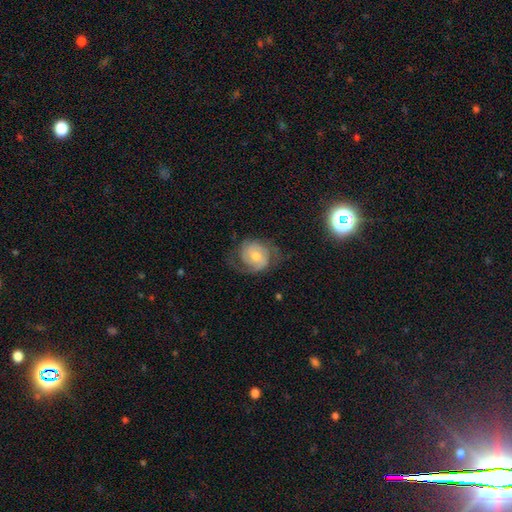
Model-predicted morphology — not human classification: smooth_or_featured: featured or disk (p=0.73) [alt: smooth p=0.20]
disk_edge_on: no (p=0.97) [alt: yes p=0.03]
bar: no (p=0.65) [alt: weak p=0.30]
has_spiral_arms: yes (p=0.92) [alt: no p=0.08]
spiral_winding: medium (p=0.42) [alt: tight p=0.37]
spiral_arm_count: 2 (p=0.75) [alt: can't tell p=0.11]
bulge_size: moderate (p=0.60) [alt: small p=0.32]
merging: none (p=0.62) [alt: minor disturbance p=0.20]